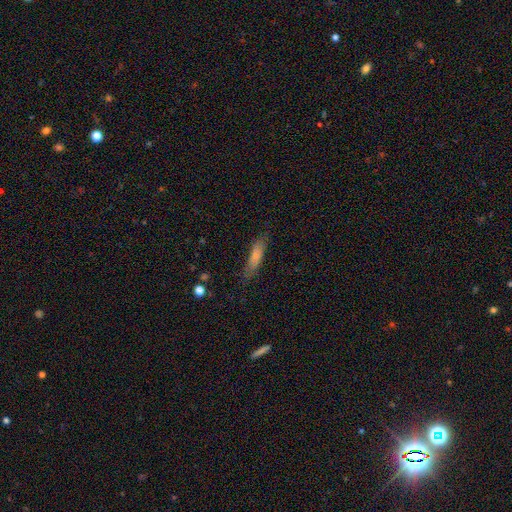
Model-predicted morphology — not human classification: This appears to be a smooth galaxy with no disk features (79%) that is cigar-shaped (67%). Merging: none (72%).